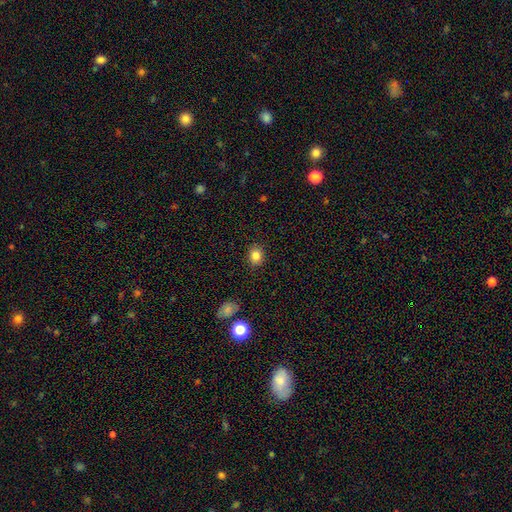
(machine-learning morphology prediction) The model was most divided on "how rounded": round: 63%, in between: 36%, cigar-shaped: 1%. More confident: merging — none (88%); smooth or featured — smooth (84%).